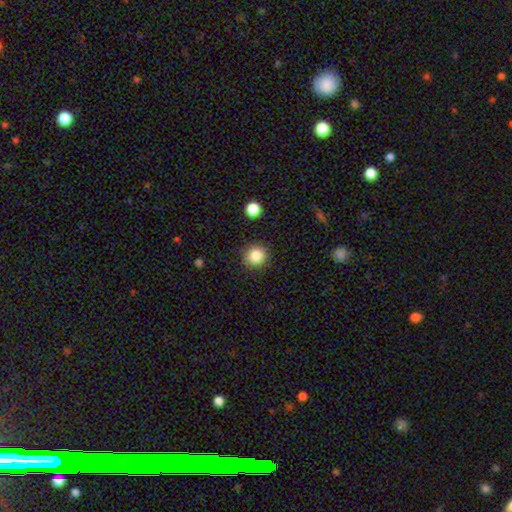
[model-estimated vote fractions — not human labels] This appears to be a smooth galaxy with no disk features (85%) that is round (92%). Merging: none (88%).